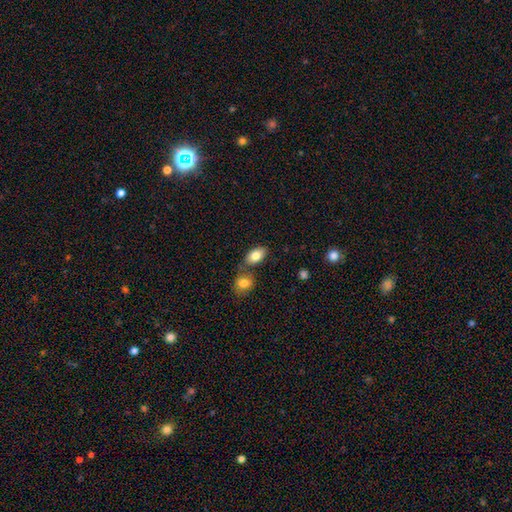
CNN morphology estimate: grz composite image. It shows a smooth galaxy with no disk features (82%) that is in between round and cigar-shaped (90%). Merging: none (60%).